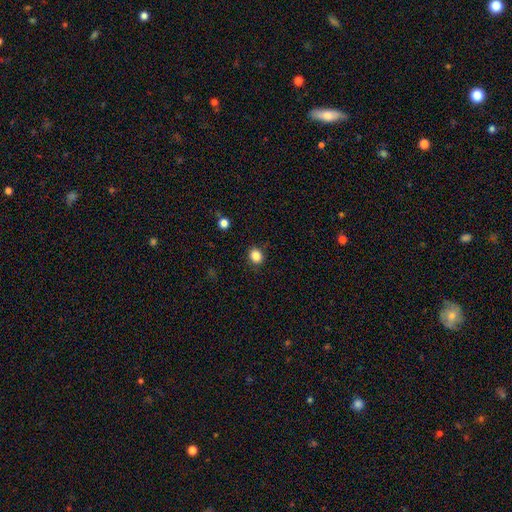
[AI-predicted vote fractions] A smooth galaxy with no disk features (85%) that is round (71%). Merging: none (88%).